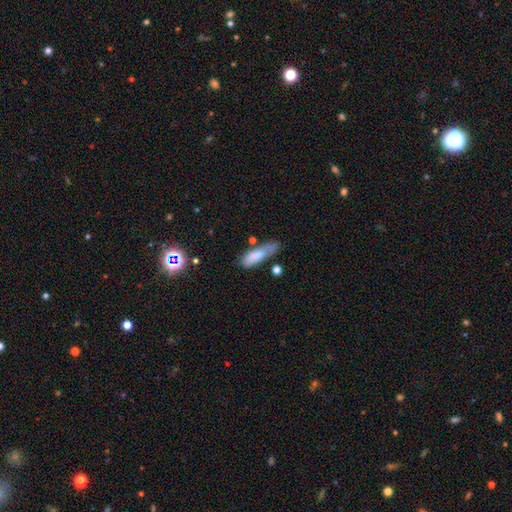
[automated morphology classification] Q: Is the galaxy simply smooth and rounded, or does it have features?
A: smooth — 79%.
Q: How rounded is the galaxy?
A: cigar-shaped — 53%.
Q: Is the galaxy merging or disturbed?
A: none — 48%.